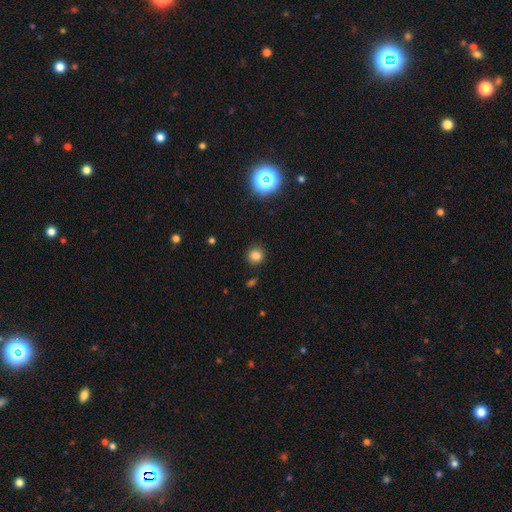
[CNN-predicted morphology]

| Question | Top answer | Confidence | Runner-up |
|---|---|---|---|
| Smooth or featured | smooth | 80% | star or artifact (15%) |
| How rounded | round | 89% | in between (10%) |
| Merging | none | 89% | minor disturbance (7%) |